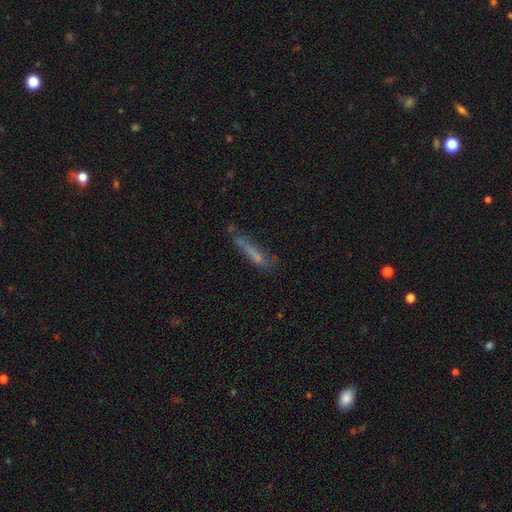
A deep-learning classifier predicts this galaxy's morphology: Smooth or featured? Predicted: smooth (p=0.49). Merging? Predicted: none (p=0.56).